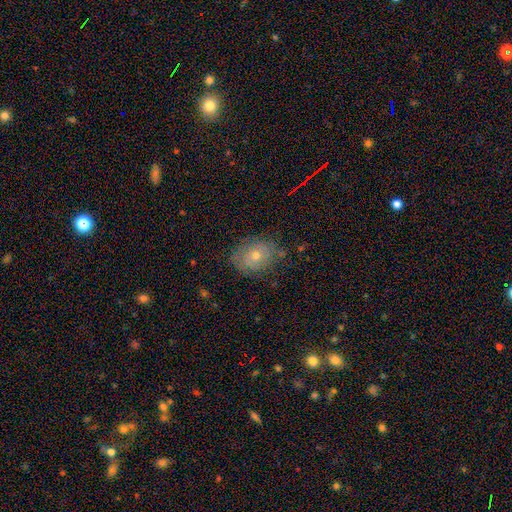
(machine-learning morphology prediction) smooth 43%, featured or disk 42%, star or artifact 15%. Down the decision tree: merging — none (75%).